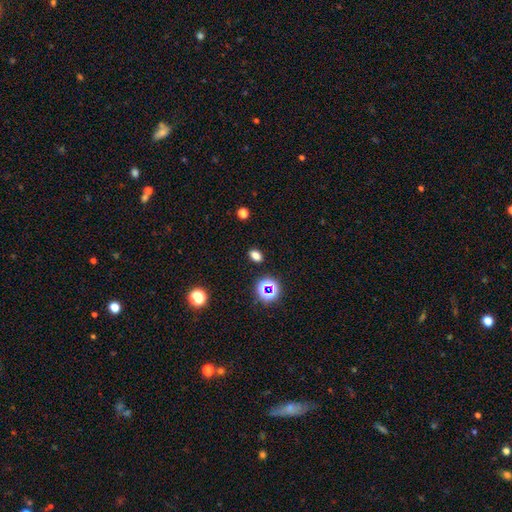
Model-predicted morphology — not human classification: A smooth galaxy with no disk features (73%) that is in between round and cigar-shaped (78%). Merging: none (88%).